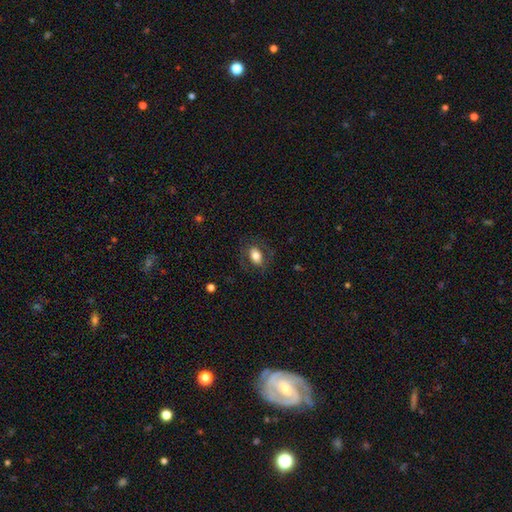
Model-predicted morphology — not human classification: smooth_or_featured: smooth (p=0.70) [alt: featured or disk p=0.23]
how_rounded: in between (p=0.81) [alt: round p=0.17]
merging: none (p=0.76) [alt: minor disturbance p=0.14]